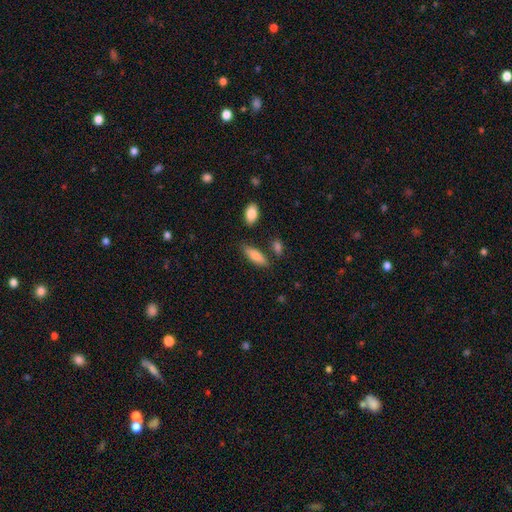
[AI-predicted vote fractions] smooth-or-featured: smooth: 81% | featured or disk: 12% | star or artifact: 6%
  how-rounded: in between: 57% | cigar-shaped: 41% | round: 2%
  merging: none: 76% | minor disturbance: 14% | merger: 7% | major disturbance: 4%